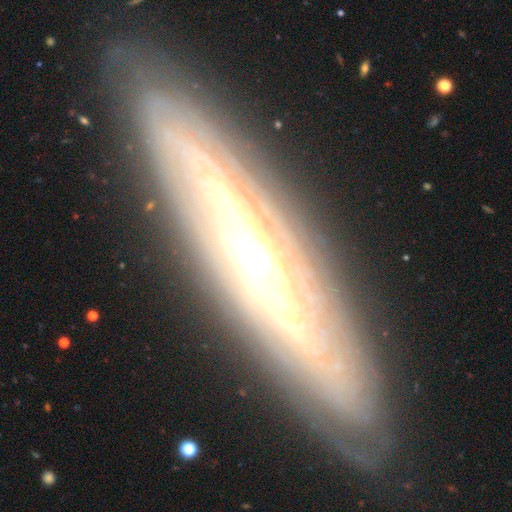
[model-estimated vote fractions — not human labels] This appears to be a featured or disk galaxy (83%) viewed edge-on (69%) with a rounded central bulge (71%). Merging: none (85%).